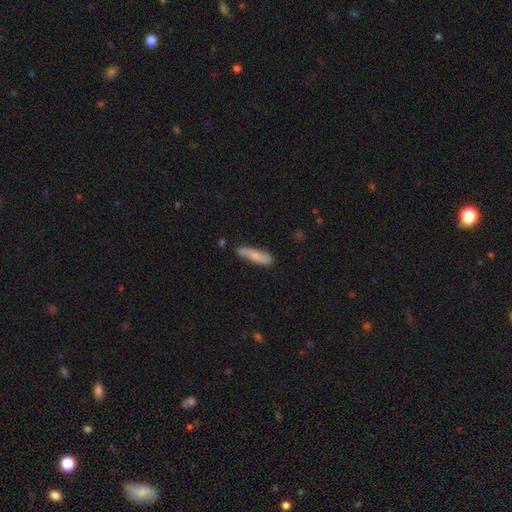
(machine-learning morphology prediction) Smooth or featured? smooth (66%)
How rounded? cigar-shaped (79%)
Merging? none (80%)